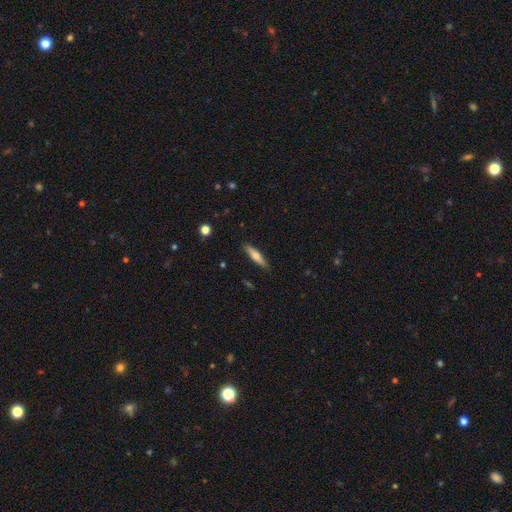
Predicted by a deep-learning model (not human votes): A smooth galaxy with no disk features (53%) that is cigar-shaped (81%).

Vote fractions:
- Smooth or featured? smooth: 53% / featured or disk: 40% / star or artifact: 7%
- How rounded? cigar-shaped: 81% / in between: 17% / round: 2%
- Merging? none: 88% / minor disturbance: 9% / major disturbance: 2% / merger: 1%